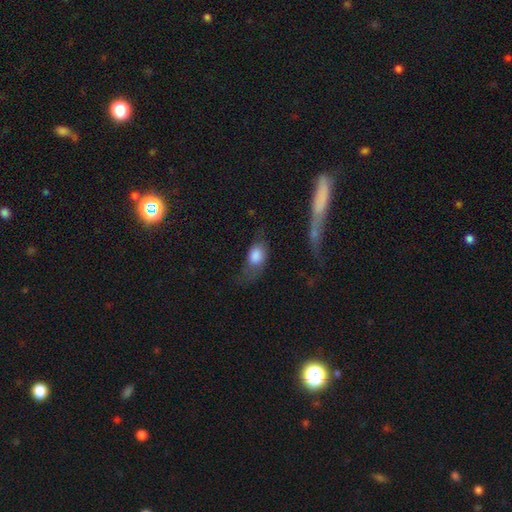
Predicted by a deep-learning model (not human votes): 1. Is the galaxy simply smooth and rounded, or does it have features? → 70% smooth, 22% featured or disk, 8% star or artifact.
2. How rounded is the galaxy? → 75% in between, 16% round, 8% cigar-shaped.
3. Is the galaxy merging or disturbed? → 44% none, 28% minor disturbance, 23% major disturbance, 5% merger.